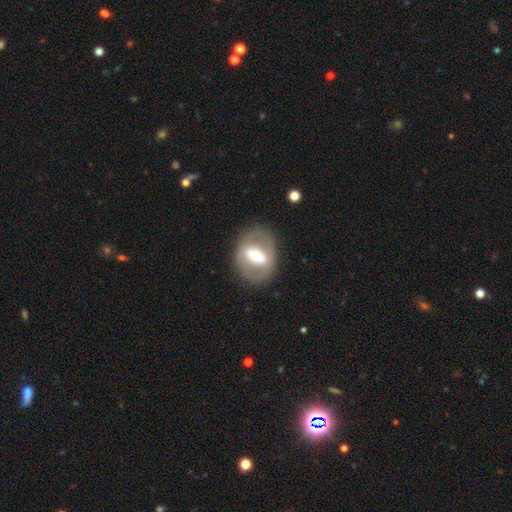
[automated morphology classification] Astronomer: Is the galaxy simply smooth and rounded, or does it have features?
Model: featured or disk — 56% (runner-up: smooth, 37%).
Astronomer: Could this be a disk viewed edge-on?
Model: no — 89%.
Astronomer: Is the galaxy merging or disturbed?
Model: none — 79%.